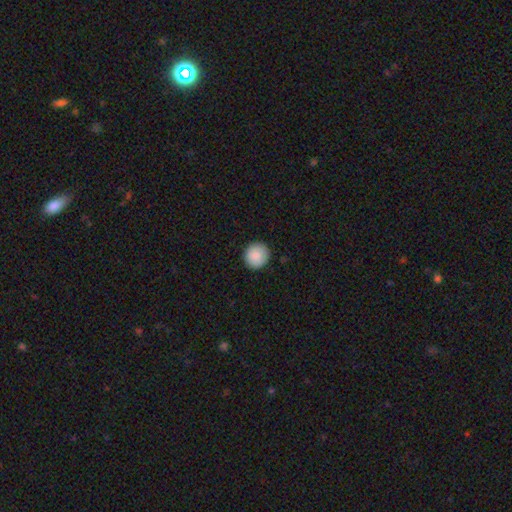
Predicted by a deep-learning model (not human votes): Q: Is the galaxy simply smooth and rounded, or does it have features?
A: smooth — 88%.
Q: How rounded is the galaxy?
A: round — 94%.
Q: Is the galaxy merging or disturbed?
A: none — 91%.